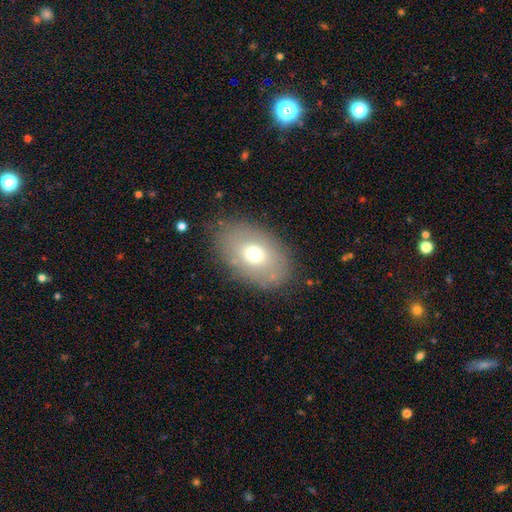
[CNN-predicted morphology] This appears to be a smooth galaxy with no disk features (66%) that is in between round and cigar-shaped (86%). Merging: none (81%).